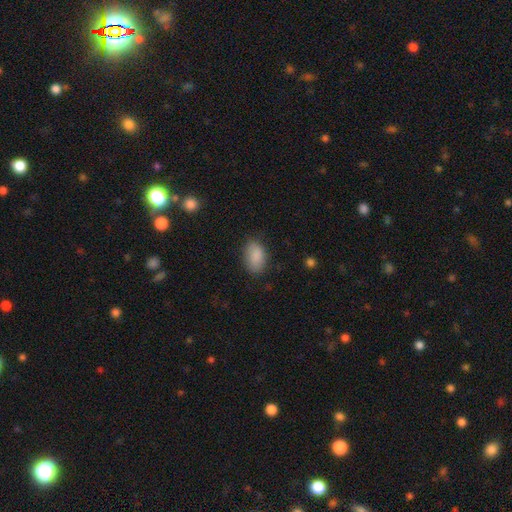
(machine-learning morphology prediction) smooth-or-featured: smooth: 87% | star or artifact: 7% | featured or disk: 5%
  how-rounded: in between: 90% | round: 8% | cigar-shaped: 2%
  merging: none: 78% | minor disturbance: 17% | major disturbance: 4% | merger: 1%